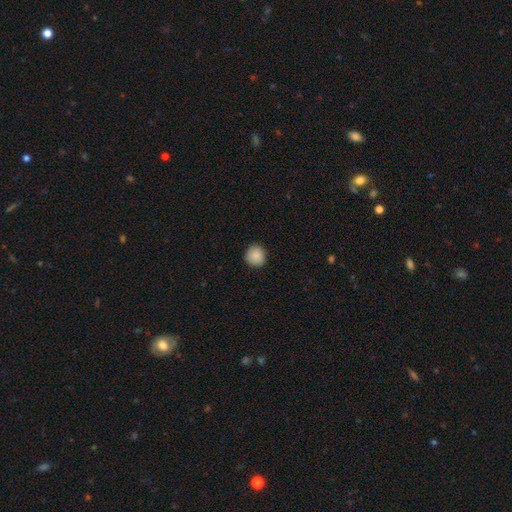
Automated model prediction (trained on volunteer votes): A smooth galaxy with no disk features (88%) that is round (93%). Merging: none (90%).